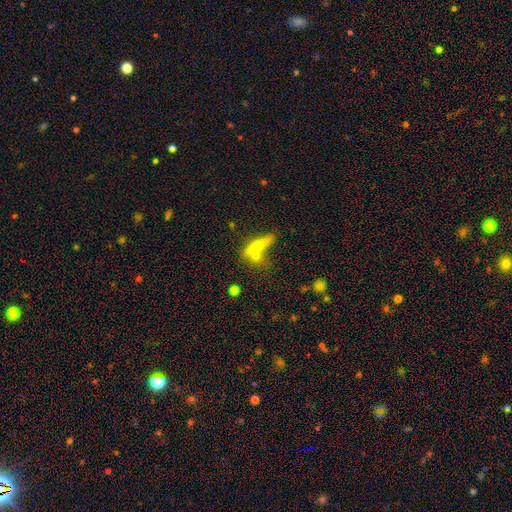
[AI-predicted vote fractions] Smooth or featured?
  - smooth: 47% *
  - featured or disk: 43%
  - star or artifact: 10%
Merging?
  - none: 52% *
  - merger: 33%
  - minor disturbance: 11%
  - major disturbance: 5%